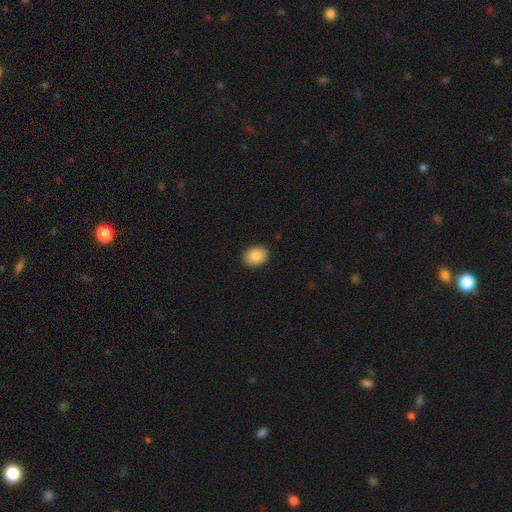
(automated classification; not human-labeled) Smooth or featured: smooth — 86% (star or artifact — 8%)
How rounded: in between — 57% (round — 42%)
Merging: none — 90% (minor disturbance — 7%)